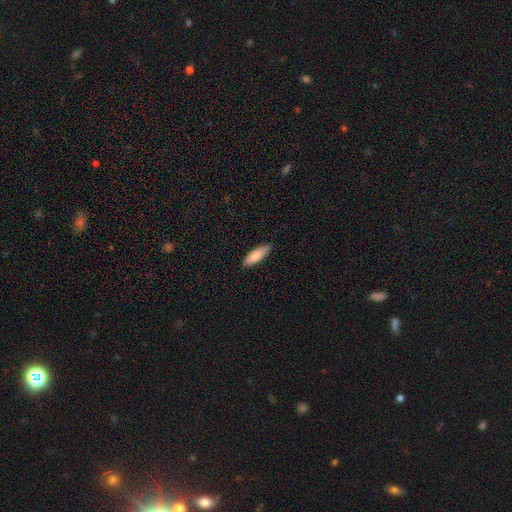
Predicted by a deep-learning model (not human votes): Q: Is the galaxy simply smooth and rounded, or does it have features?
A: smooth — 79%.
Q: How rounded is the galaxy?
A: in between — 56%.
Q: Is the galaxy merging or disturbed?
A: none — 88%.